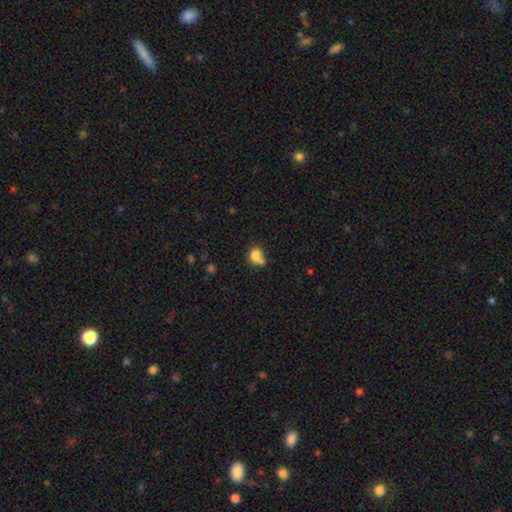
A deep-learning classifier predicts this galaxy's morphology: Smooth or featured? smooth (79%)
How rounded? round (63%)
Merging? merger (40%)